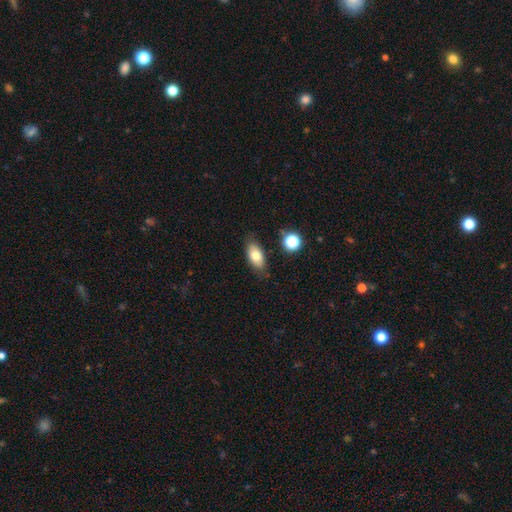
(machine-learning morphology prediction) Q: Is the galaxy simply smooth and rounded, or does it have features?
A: smooth — 77%.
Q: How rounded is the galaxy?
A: in between — 89%.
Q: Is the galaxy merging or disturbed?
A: none — 81%.